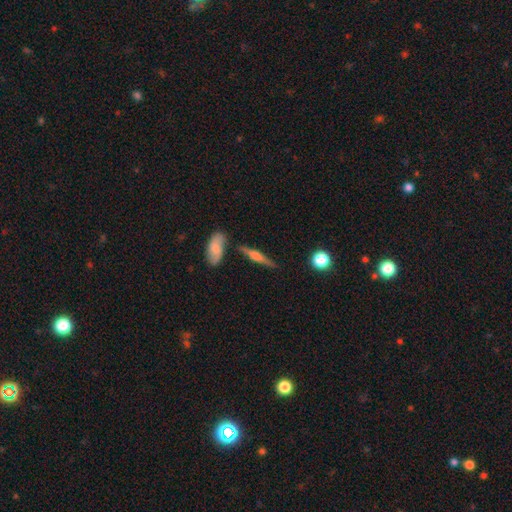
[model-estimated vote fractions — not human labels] This appears to be a featured or disk galaxy (60%) viewed edge-on (95%) with a rounded central bulge (78%). Merging: none (76%).